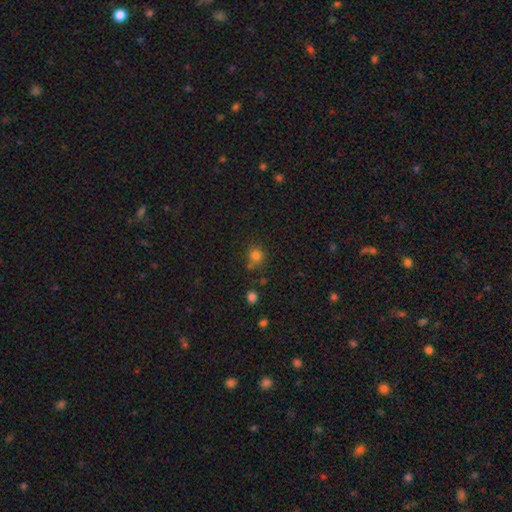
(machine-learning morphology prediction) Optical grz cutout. It shows a smooth galaxy with no disk features (78%) that is round (84%). Merging: none (64%).